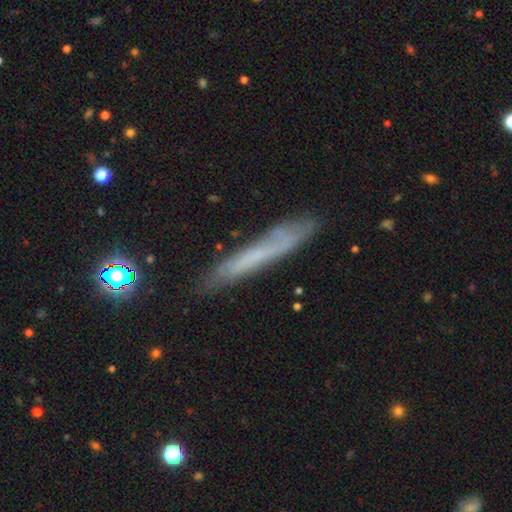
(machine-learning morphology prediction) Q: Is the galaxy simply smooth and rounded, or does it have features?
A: smooth — 46%.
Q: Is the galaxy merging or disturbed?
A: none — 78%.